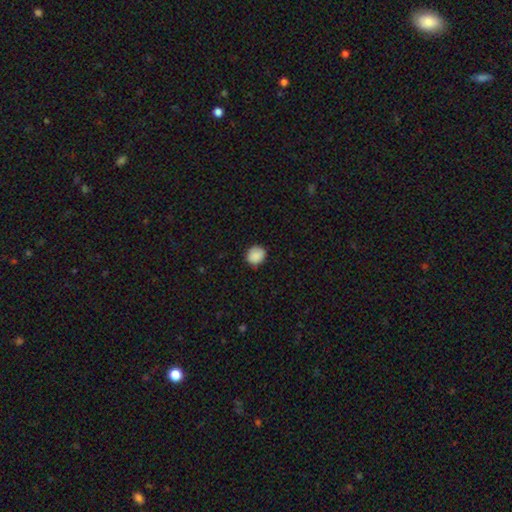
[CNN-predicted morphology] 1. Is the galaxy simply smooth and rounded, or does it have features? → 88% smooth, 8% star or artifact, 4% featured or disk.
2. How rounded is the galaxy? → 77% round, 23% in between, 1% cigar-shaped.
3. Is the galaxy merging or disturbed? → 85% none, 12% minor disturbance, 2% major disturbance, 1% merger.